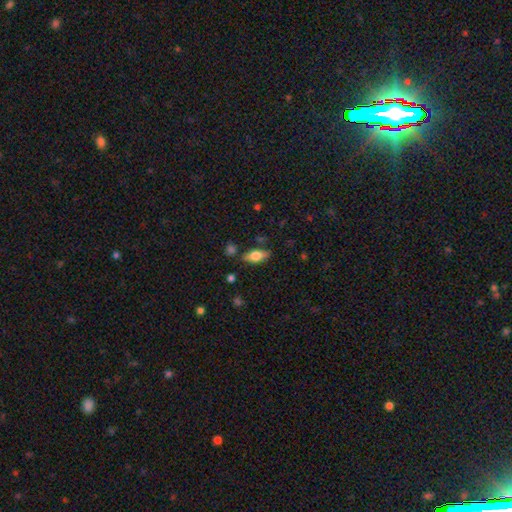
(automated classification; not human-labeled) smooth-or-featured: smooth: 65% | featured or disk: 28% | star or artifact: 7%
  how-rounded: in between: 82% | cigar-shaped: 15% | round: 4%
  merging: none: 79% | minor disturbance: 14% | merger: 4% | major disturbance: 3%